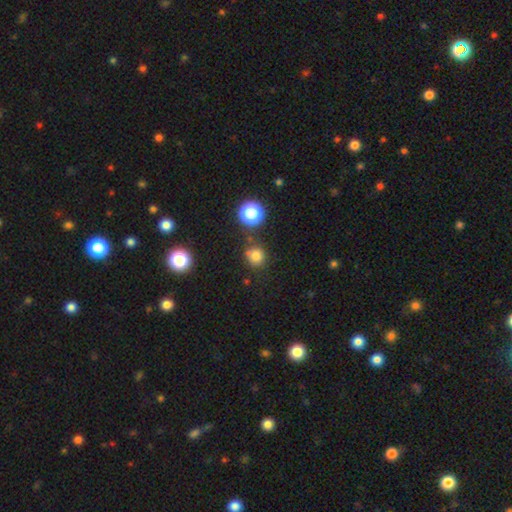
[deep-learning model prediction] The model was most divided on "smooth or featured": smooth: 76%, star or artifact: 18%, featured or disk: 6%. More confident: how rounded — round (89%); merging — none (74%).